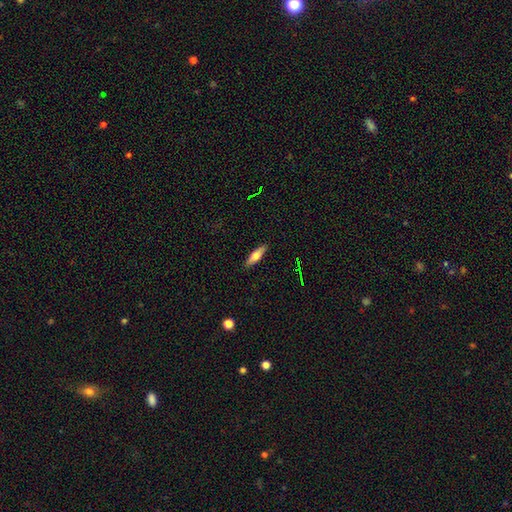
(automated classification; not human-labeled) Morphology: type=smooth (62%); roundness=cigar-shaped (59%); merging=none (89%).